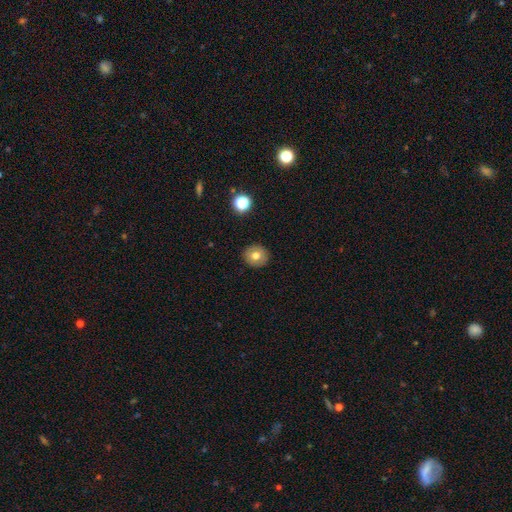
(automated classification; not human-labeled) This is likely a smooth galaxy (74%). How rounded: clearly round (87%). Merging: clearly none (90%).